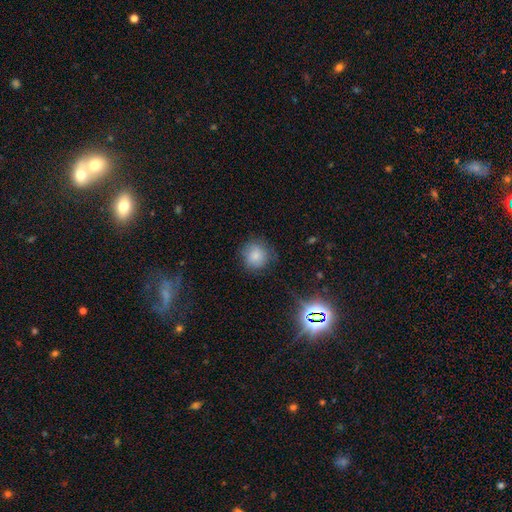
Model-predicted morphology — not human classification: type=smooth (80%); roundness=round (90%); merging=none (77%).